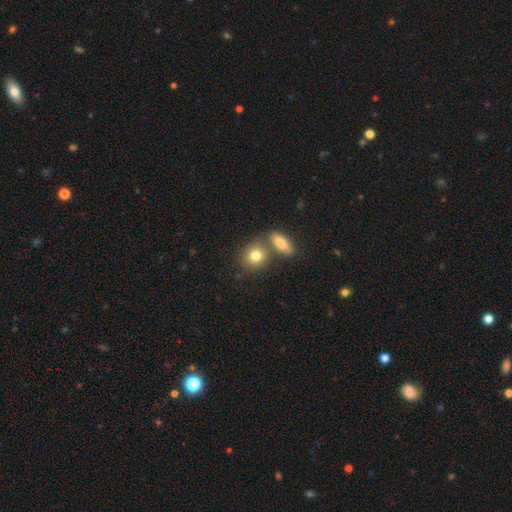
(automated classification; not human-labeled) This appears to be a smooth galaxy with no disk features (80%) that is round (62%). Merging: none (55%).